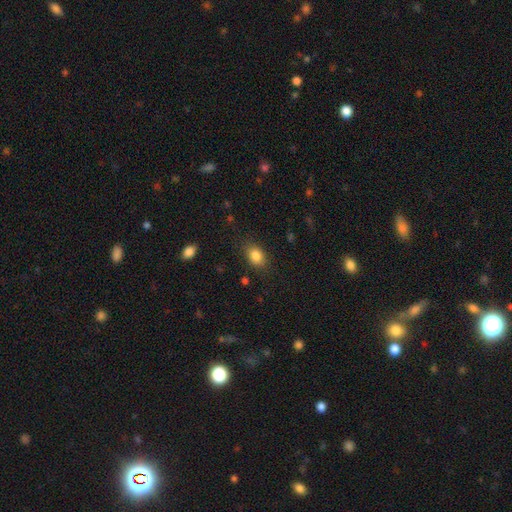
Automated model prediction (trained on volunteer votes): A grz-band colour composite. It shows a smooth galaxy with no disk features (84%) that is in between round and cigar-shaped (74%). Merging: none (81%).